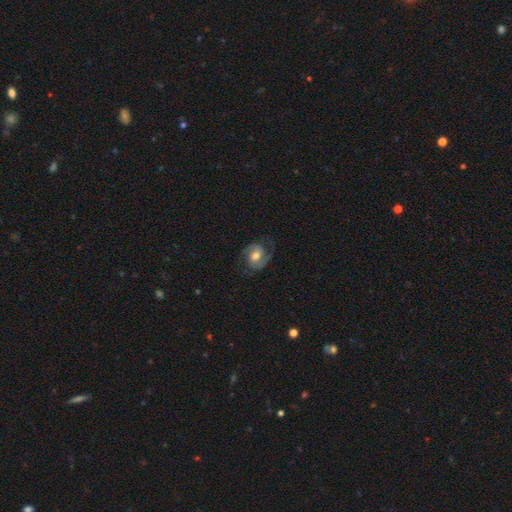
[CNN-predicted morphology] Smooth or featured?
  - featured or disk: 79% *
  - smooth: 14%
  - star or artifact: 6%
Edge-on disk?
  - no: 98% *
  - yes: 2%
Bar?
  - no: 45% *
  - weak: 41%
  - strong: 14%
Spiral arms?
  - yes: 95% *
  - no: 5%
Spiral winding?
  - medium: 53% *
  - tight: 26%
  - loose: 21%
Spiral arm count?
  - 2: 89% *
  - 1: 4%
  - can't tell: 4%
  - 3: 1%
  - 4: 1%
  - more than 4: 1%
Bulge size?
  - moderate: 68% *
  - large: 14%
  - small: 14%
  - none: 2%
  - dominant: 1%
Merging?
  - none: 73% *
  - minor disturbance: 16%
  - major disturbance: 9%
  - merger: 1%